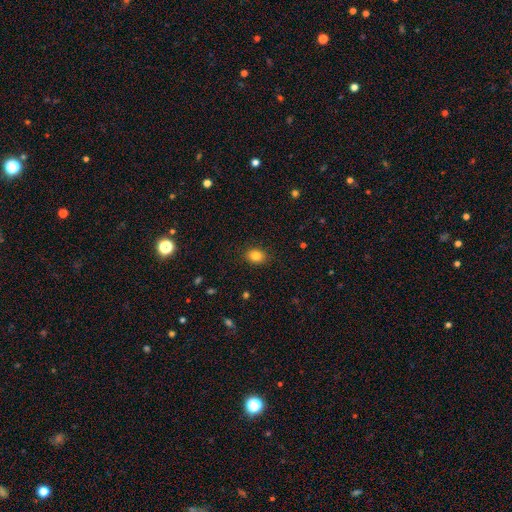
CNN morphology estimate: smooth_or_featured: smooth (p=0.83) [alt: star or artifact p=0.10]
how_rounded: in between (p=0.57) [alt: round p=0.42]
merging: none (p=0.88) [alt: minor disturbance p=0.09]